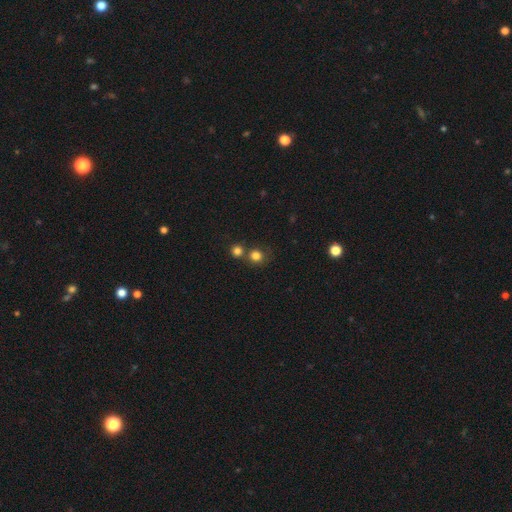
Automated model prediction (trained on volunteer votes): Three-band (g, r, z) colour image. It shows a smooth galaxy with no disk features (80%) that is round (88%). Merging: none (62%).